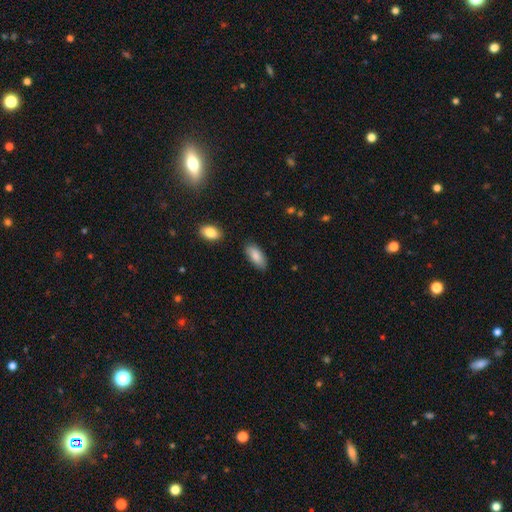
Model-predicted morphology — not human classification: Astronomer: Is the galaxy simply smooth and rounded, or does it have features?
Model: smooth — 87%.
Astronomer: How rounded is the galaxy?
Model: in between — 88%.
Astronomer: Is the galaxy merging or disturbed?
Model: none — 83%.